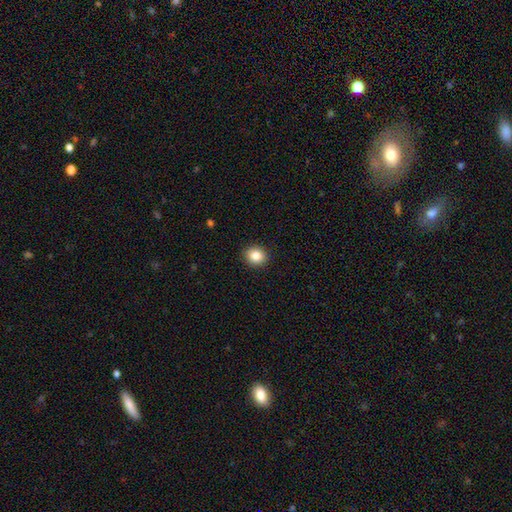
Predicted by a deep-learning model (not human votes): This appears to be a smooth galaxy with no disk features (84%) that is round (78%). Merging: none (92%).